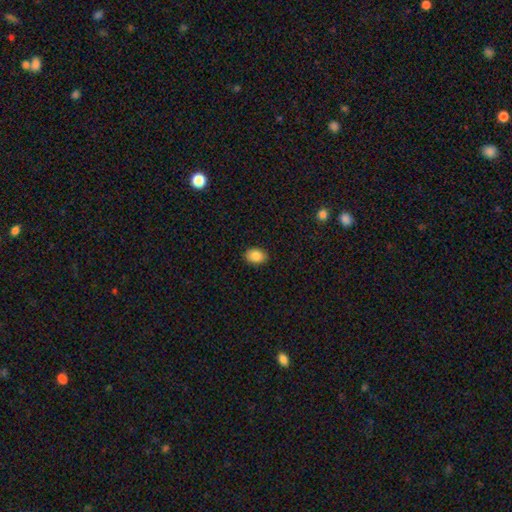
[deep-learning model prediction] The model was most divided on "how rounded": in between: 75%, round: 24%, cigar-shaped: 1%. More confident: merging — none (87%); smooth or featured — smooth (87%).